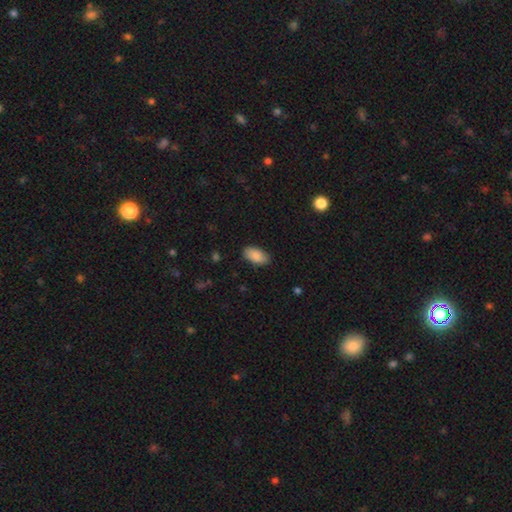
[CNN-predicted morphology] Smooth or featured: smooth — 87% (star or artifact — 7%)
How rounded: in between — 94% (round — 3%)
Merging: none — 86% (minor disturbance — 11%)